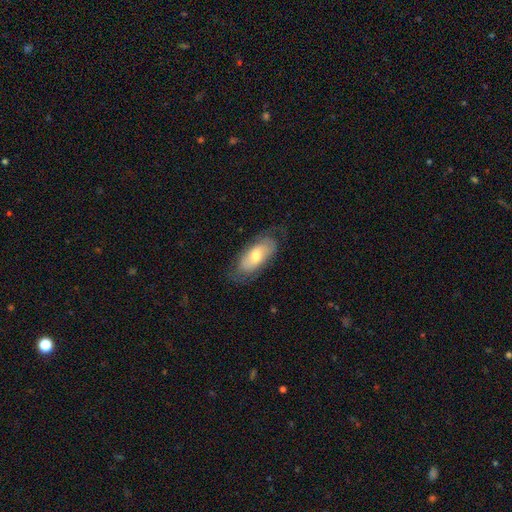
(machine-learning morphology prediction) A smooth galaxy with no disk features (58%) that is in between round and cigar-shaped (85%). Merging: none (68%).